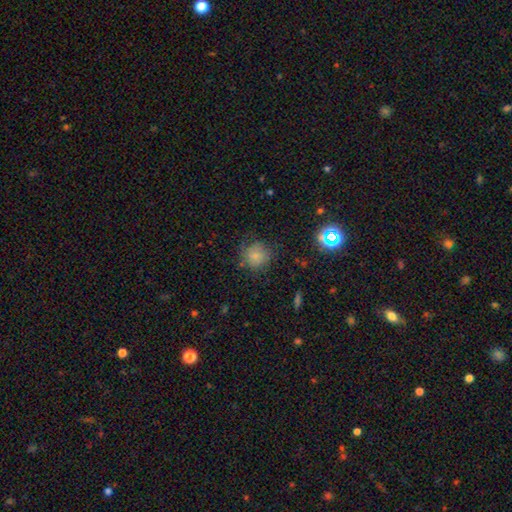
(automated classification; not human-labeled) Overall: smooth (75%). How rounded: round (87%). Merging: none (68%).